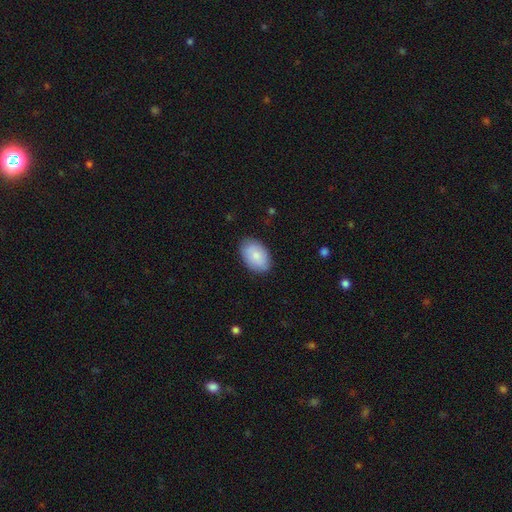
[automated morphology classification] smooth-or-featured: smooth: 85% | featured or disk: 10% | star or artifact: 6%
  how-rounded: in between: 91% | round: 7% | cigar-shaped: 1%
  merging: none: 84% | minor disturbance: 12% | major disturbance: 3% | merger: 1%